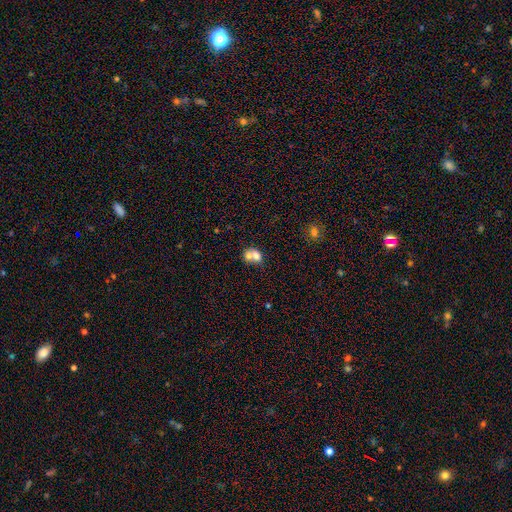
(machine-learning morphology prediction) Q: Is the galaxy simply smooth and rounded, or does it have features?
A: smooth — 69%.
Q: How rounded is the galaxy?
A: round — 50%.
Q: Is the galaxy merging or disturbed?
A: merger — 66%.